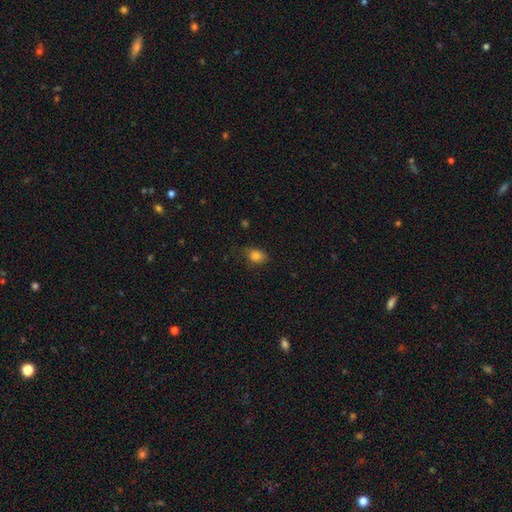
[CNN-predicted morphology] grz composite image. It shows a smooth galaxy with no disk features (84%) that is in between round and cigar-shaped (68%). Merging: none (66%).